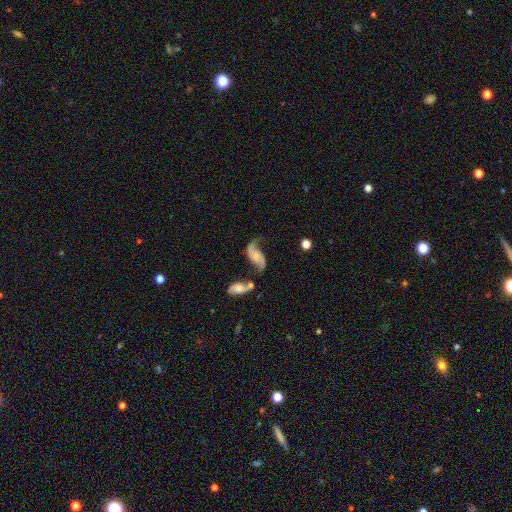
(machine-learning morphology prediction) Smooth or featured: featured or disk — 81% (smooth — 12%)
Edge-on disk: no — 96% (yes — 4%)
Bar: no — 61% (weak — 29%)
Spiral arms: yes — 93% (no — 7%)
Spiral winding: loose — 77% (medium — 18%)
Spiral arm count: 2 — 88% (1 — 6%)
Bulge size: small — 57% (moderate — 24%)
Merging: none — 39% (merger — 27%)